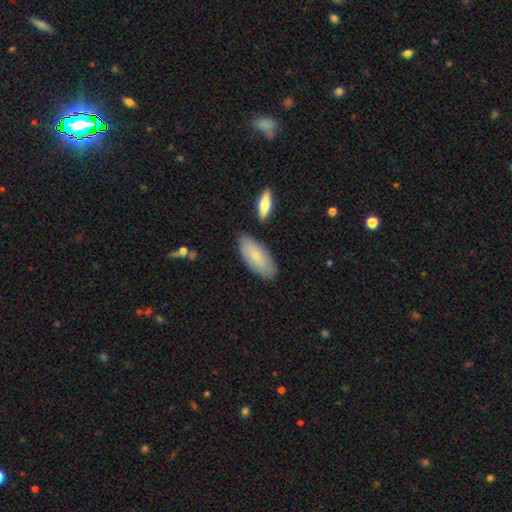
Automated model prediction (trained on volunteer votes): Smooth or featured? Predicted: smooth (p=0.71). How rounded? Predicted: in between (p=0.86). Merging? Predicted: none (p=0.79).